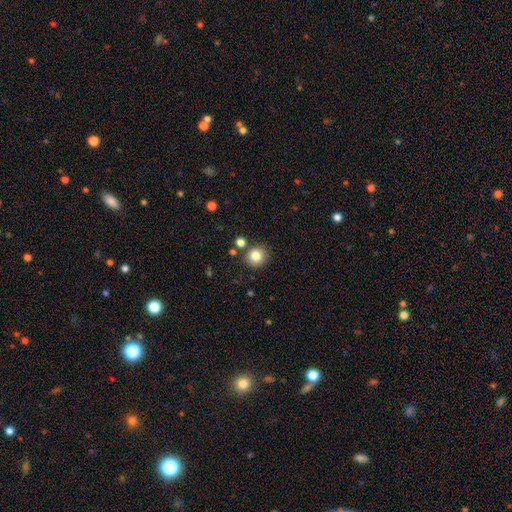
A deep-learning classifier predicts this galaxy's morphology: This appears to be a smooth galaxy with no disk features (83%) that is round (89%). Merging: none (83%).